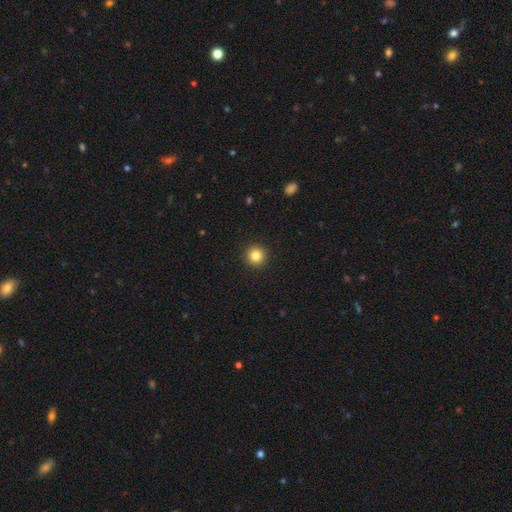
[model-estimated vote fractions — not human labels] A smooth galaxy with no disk features (83%) that is round (96%).

Vote fractions:
- Smooth or featured? smooth: 83% / star or artifact: 11% / featured or disk: 6%
- How rounded? round: 96% / in between: 4% / cigar-shaped: 1%
- Merging? none: 93% / minor disturbance: 4% / major disturbance: 2% / merger: 1%